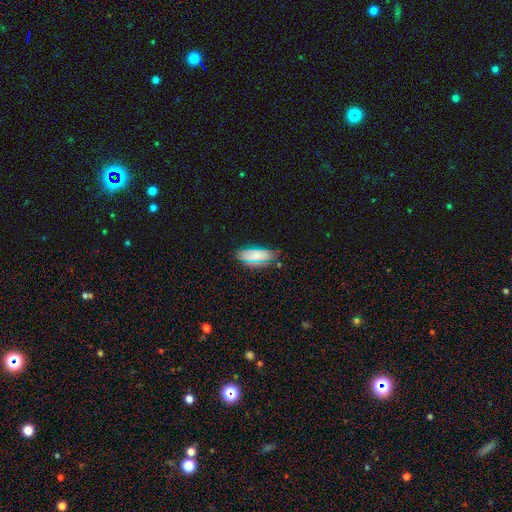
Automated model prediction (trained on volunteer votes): This is likely a smooth galaxy (74%). How rounded: clearly in between (89%). Merging: likely none (79%).